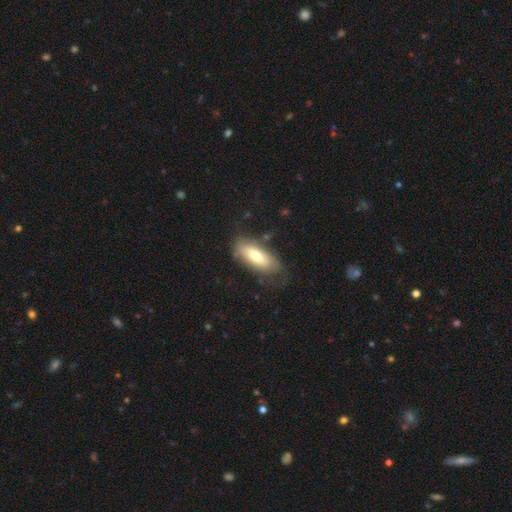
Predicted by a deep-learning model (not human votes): This is likely a smooth galaxy (69%). How rounded: likely in between (80%). Merging: likely none (69%).